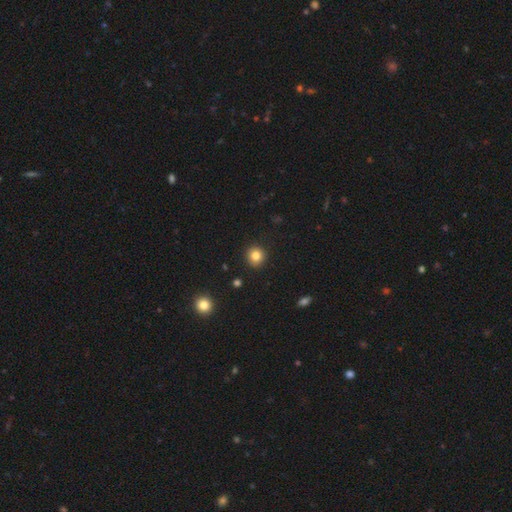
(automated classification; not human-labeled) Overall: smooth (82%). How rounded: round (92%). Merging: none (92%).